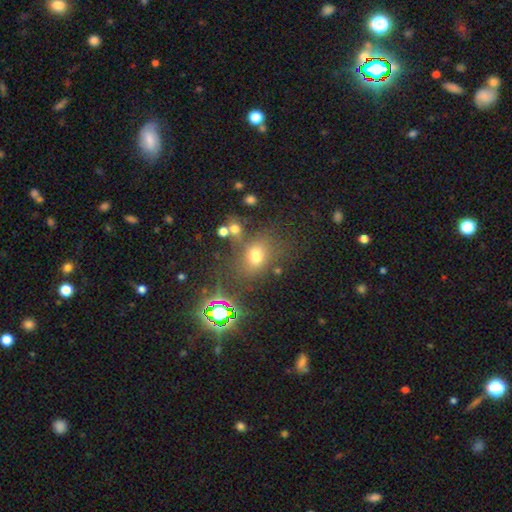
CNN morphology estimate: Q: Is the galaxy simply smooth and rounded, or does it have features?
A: smooth — 66%.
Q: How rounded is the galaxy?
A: in between — 52%.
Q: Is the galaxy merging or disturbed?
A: none — 66%.